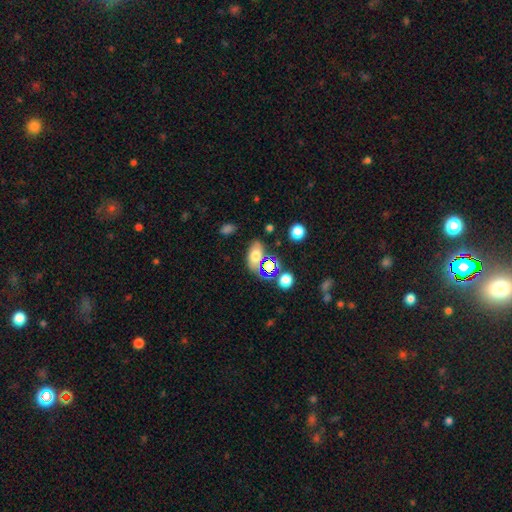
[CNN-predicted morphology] A smooth galaxy with no disk features (65%) that is in between round and cigar-shaped (83%).

Vote fractions:
- Smooth or featured? smooth: 65% / star or artifact: 18% / featured or disk: 16%
- How rounded? in between: 83% / round: 14% / cigar-shaped: 4%
- Merging? none: 67% / minor disturbance: 16% / merger: 10% / major disturbance: 6%